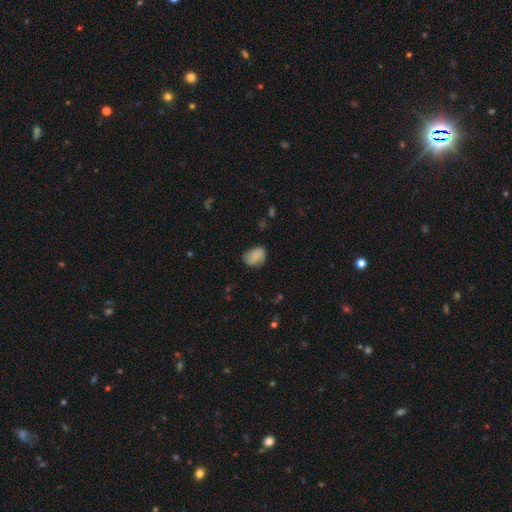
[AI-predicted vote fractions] This appears to be a smooth galaxy with no disk features (71%) that is in between round and cigar-shaped (71%). Merging: none (58%).